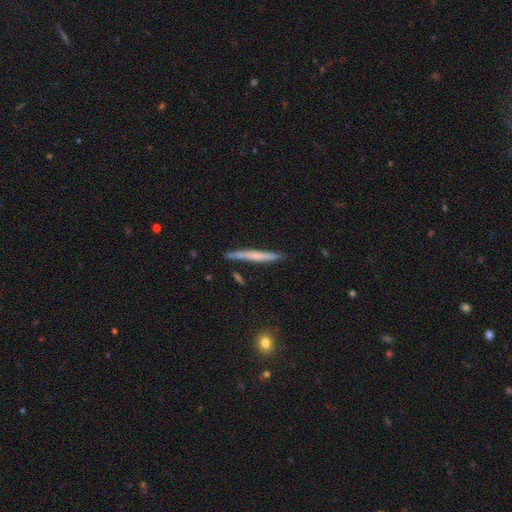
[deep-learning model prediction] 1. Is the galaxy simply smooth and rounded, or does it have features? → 51% smooth, 43% featured or disk, 6% star or artifact.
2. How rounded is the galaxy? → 96% cigar-shaped, 2% in between, 1% round.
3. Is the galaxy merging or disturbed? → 84% none, 12% minor disturbance, 2% merger, 2% major disturbance.